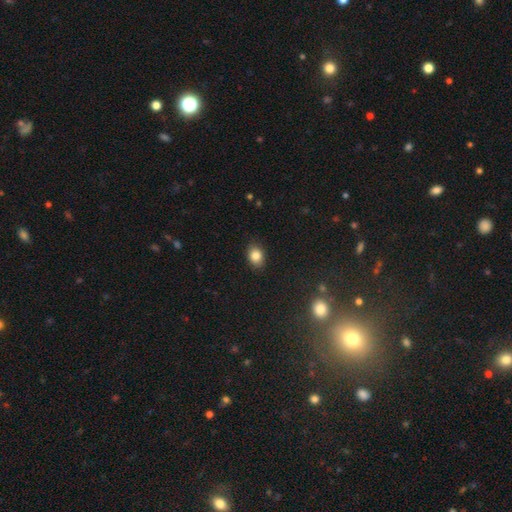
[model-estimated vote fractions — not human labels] Smooth or featured? smooth (84%)
How rounded? in between (64%)
Merging? none (86%)